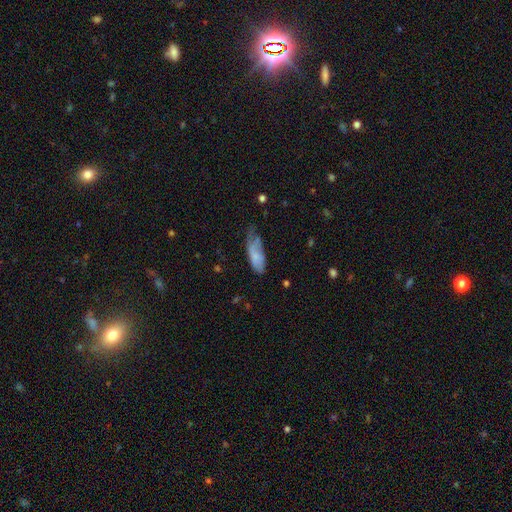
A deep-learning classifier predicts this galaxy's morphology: This is likely a smooth galaxy (72%). How rounded: likely in between (71%). Merging: marginally minor disturbance (42%).